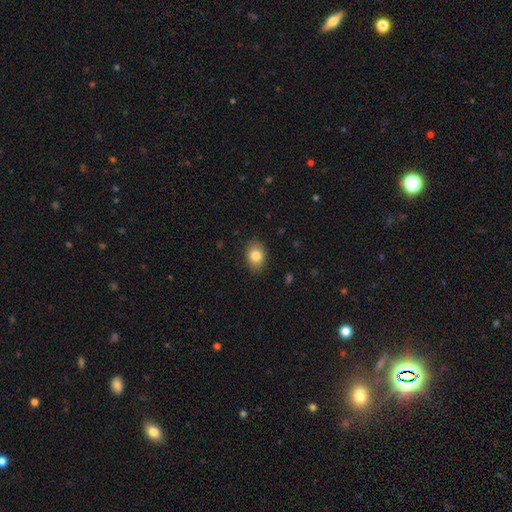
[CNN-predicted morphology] A smooth galaxy with no disk features (83%) that is in between round and cigar-shaped (69%). Merging: none (86%).